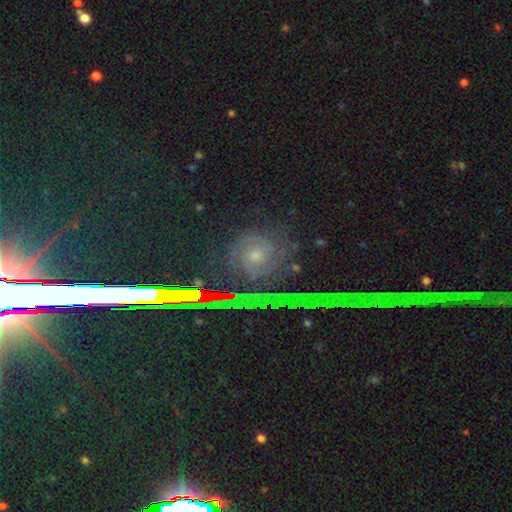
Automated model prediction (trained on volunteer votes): Smooth or featured? Predicted: featured or disk (p=0.52). Edge-on disk? Predicted: no (p=0.91). Merging? Predicted: none (p=0.68).